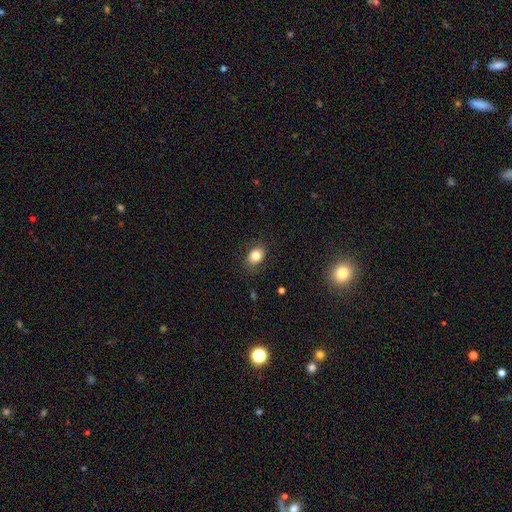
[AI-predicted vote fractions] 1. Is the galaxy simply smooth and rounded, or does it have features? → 82% smooth, 9% featured or disk, 9% star or artifact.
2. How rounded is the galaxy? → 75% in between, 23% round, 1% cigar-shaped.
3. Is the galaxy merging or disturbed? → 82% none, 13% minor disturbance, 4% major disturbance, 1% merger.